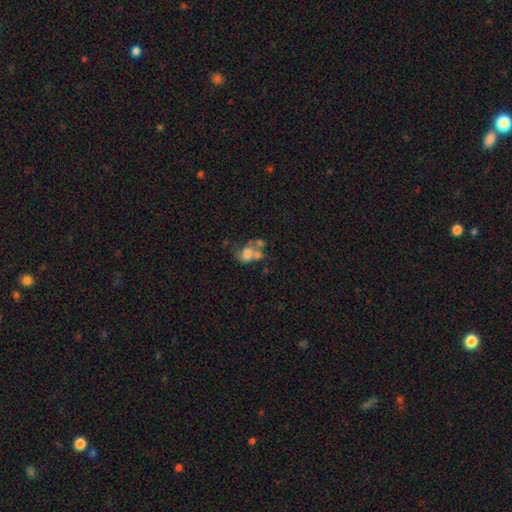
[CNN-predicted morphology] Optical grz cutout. It shows a smooth galaxy with no disk features (54%) that is in between round and cigar-shaped (59%). Merging: merger (51%).